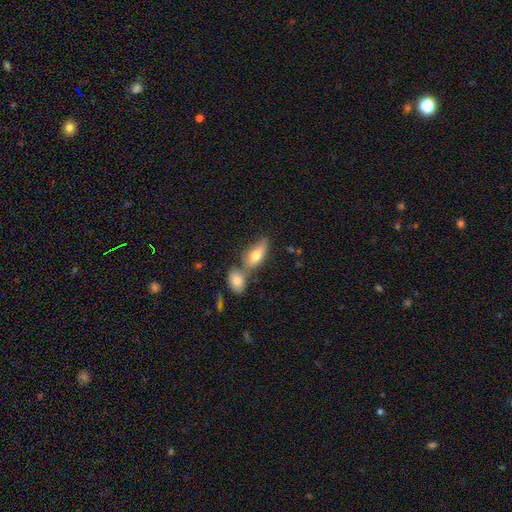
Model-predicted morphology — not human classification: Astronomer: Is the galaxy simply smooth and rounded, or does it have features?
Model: smooth — 68%.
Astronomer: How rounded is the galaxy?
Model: in between — 73%.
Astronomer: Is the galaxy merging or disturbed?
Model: merger — 41%, tied with none at 41%.